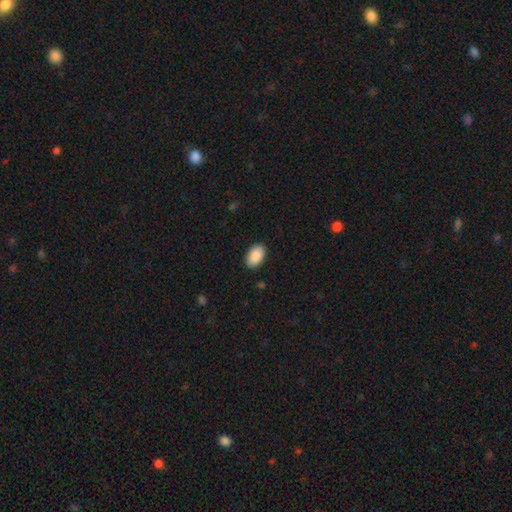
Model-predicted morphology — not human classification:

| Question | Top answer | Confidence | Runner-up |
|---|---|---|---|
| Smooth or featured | smooth | 90% | star or artifact (6%) |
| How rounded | in between | 94% | round (5%) |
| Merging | none | 89% | minor disturbance (8%) |